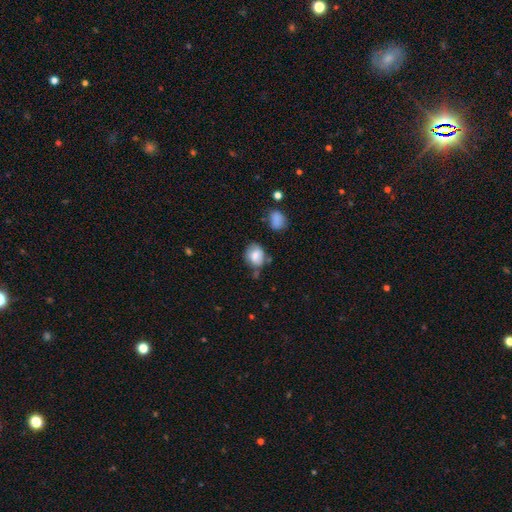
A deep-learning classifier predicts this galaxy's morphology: smooth_or_featured: smooth (p=0.75) [alt: featured or disk p=0.16]
how_rounded: round (p=0.52) [alt: in between p=0.47]
merging: none (p=0.56) [alt: minor disturbance p=0.28]